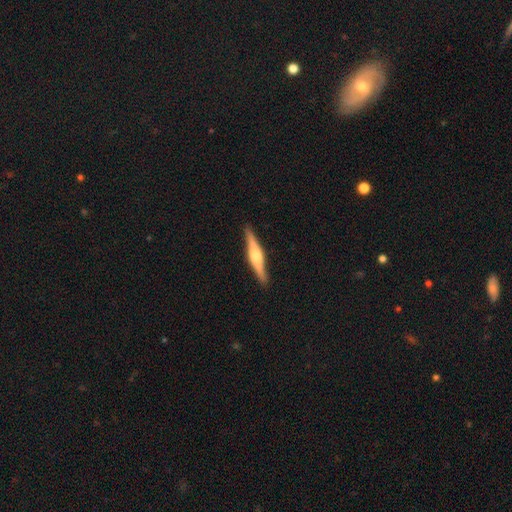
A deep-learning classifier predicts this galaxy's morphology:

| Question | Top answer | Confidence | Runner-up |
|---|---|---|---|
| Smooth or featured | featured or disk | 70% | smooth (25%) |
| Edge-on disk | yes | 97% | no (3%) |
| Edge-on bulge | rounded | 87% | boxy (9%) |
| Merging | none | 90% | minor disturbance (7%) |